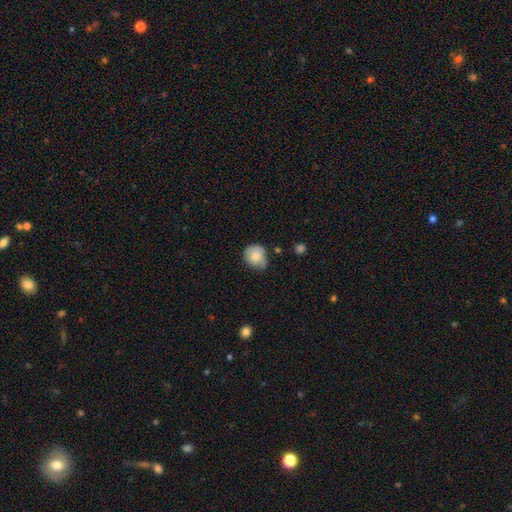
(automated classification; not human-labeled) This is likely a smooth galaxy (73%). How rounded: likely round (69%). Merging: possibly none (48%).